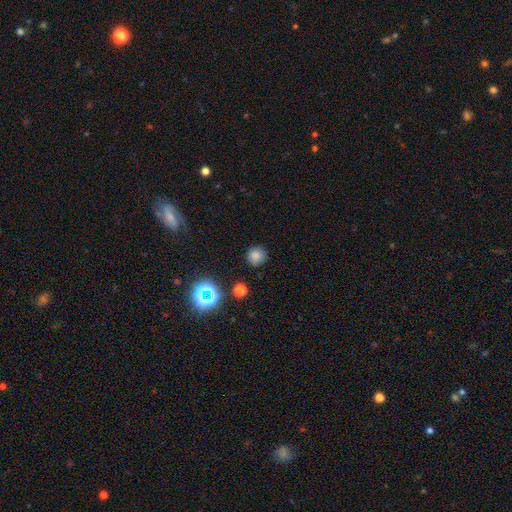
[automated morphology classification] Q: Smooth or featured?
A: smooth (77%); runner-up: star or artifact (18%)
Q: How rounded?
A: round (93%); runner-up: in between (6%)
Q: Merging?
A: none (88%); runner-up: minor disturbance (8%)